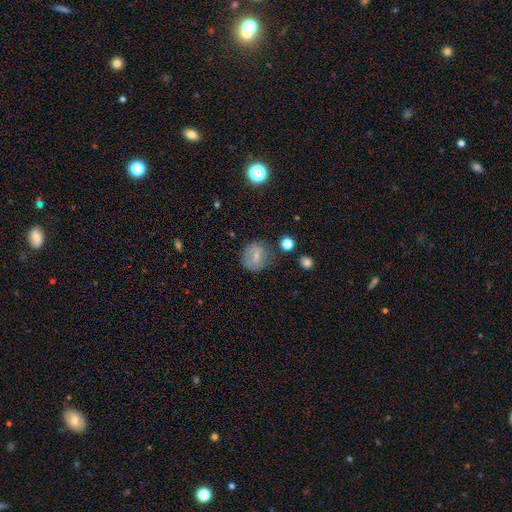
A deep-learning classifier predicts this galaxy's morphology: Smooth or featured: smooth — 61% (featured or disk — 27%)
How rounded: round — 81% (in between — 18%)
Merging: none — 71% (minor disturbance — 19%)